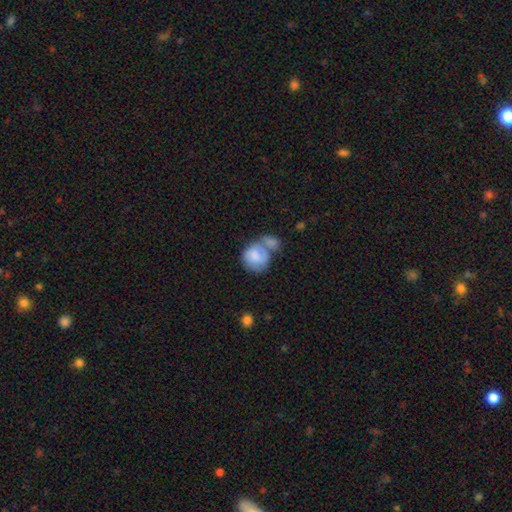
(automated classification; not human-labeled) Q: Smooth or featured?
A: smooth (73%); runner-up: featured or disk (20%)
Q: How rounded?
A: round (67%); runner-up: in between (32%)
Q: Merging?
A: merger (53%); runner-up: none (22%)